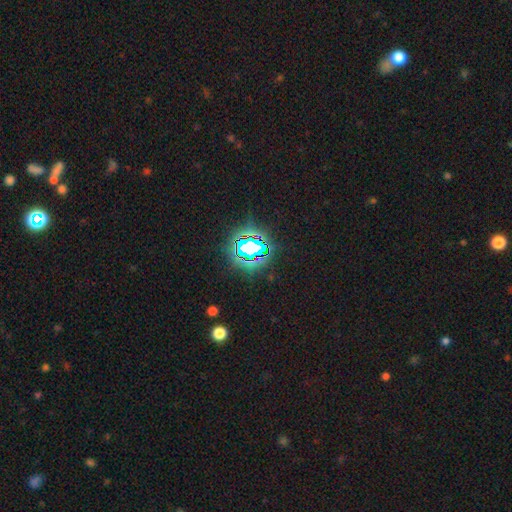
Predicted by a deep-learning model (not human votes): Q: Smooth or featured?
A: star or artifact (81%); runner-up: smooth (12%)